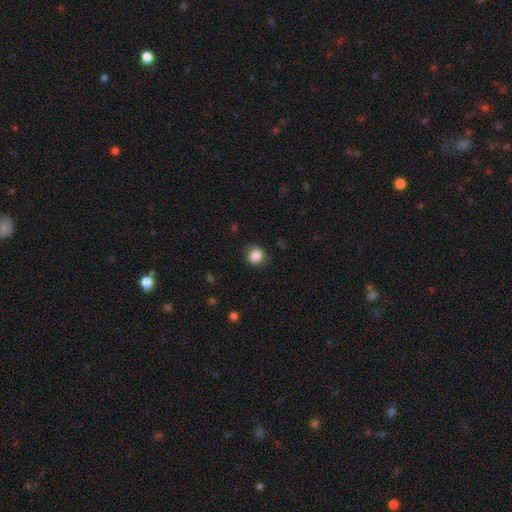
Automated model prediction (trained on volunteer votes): Smooth or featured: smooth — 86% (star or artifact — 10%)
How rounded: round — 76% (in between — 23%)
Merging: none — 81% (minor disturbance — 14%)